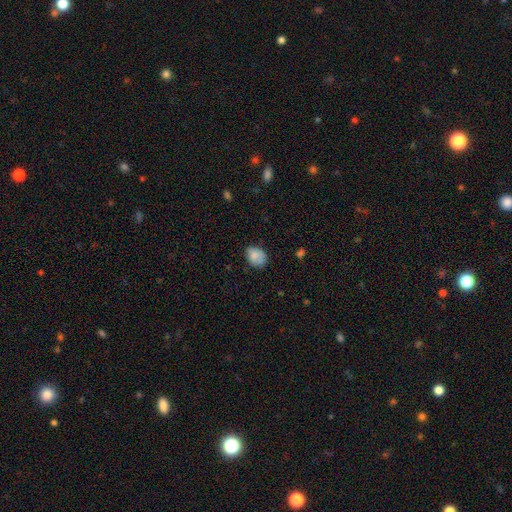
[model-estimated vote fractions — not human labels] A smooth galaxy with no disk features (79%) that is in between round and cigar-shaped (64%). Merging: none (63%).